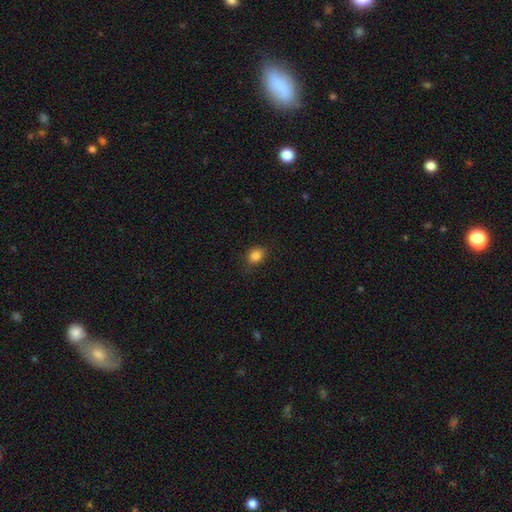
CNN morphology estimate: smooth-or-featured: smooth: 85% | star or artifact: 11% | featured or disk: 4%
  how-rounded: round: 52% | in between: 47% | cigar-shaped: 1%
  merging: none: 83% | minor disturbance: 13% | major disturbance: 3% | merger: 1%